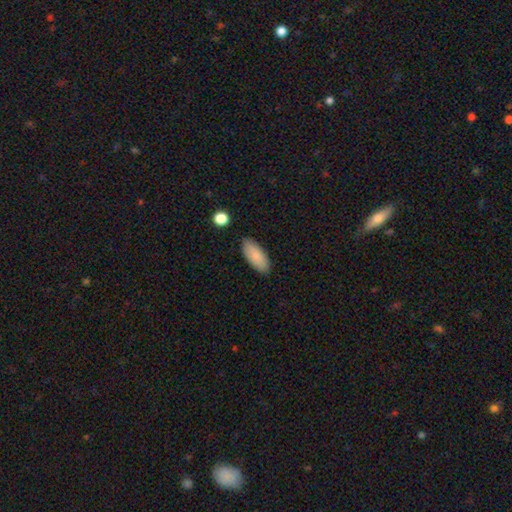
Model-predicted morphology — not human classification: A smooth galaxy with no disk features (87%) that is in between round and cigar-shaped (84%). Merging: none (86%).